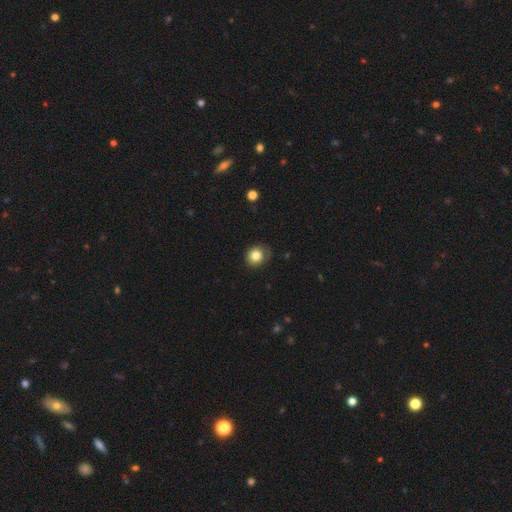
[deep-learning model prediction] smooth 82%, star or artifact 10%, featured or disk 8%. Down the decision tree: how rounded — round (79%); merging — none (77%).